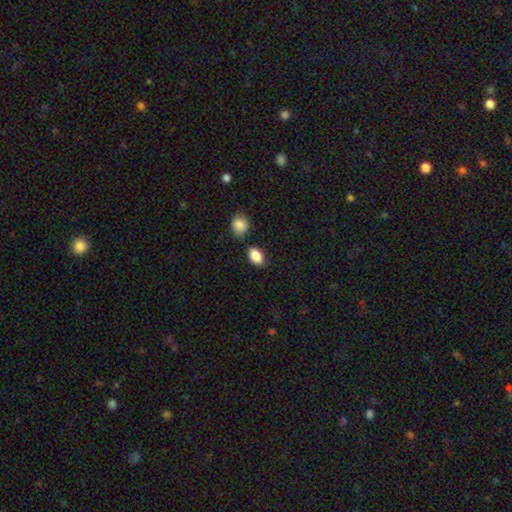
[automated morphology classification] A smooth galaxy with no disk features (87%) that is in between round and cigar-shaped (86%). Merging: none (72%).